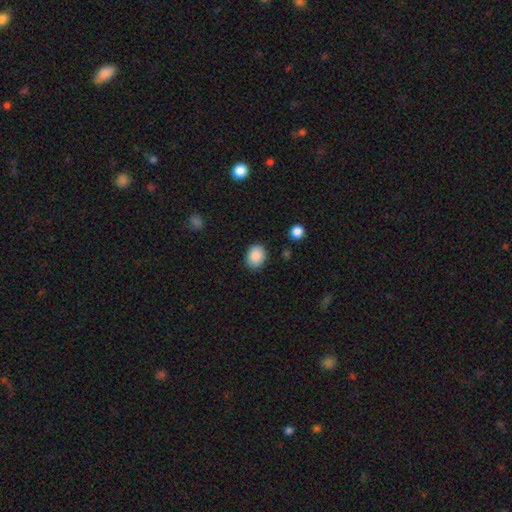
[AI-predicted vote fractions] The model was most divided on "how rounded": in between: 54%, round: 45%, cigar-shaped: 1%. More confident: smooth or featured — smooth (88%); merging — none (85%).